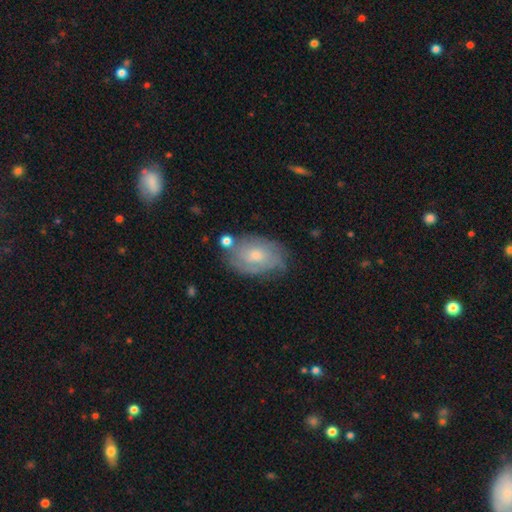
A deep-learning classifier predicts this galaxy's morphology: Q: Smooth or featured?
A: featured or disk (58%); runner-up: smooth (35%)
Q: Edge-on disk?
A: no (95%); runner-up: yes (5%)
Q: Bar?
A: no (77%); runner-up: weak (20%)
Q: Spiral arms?
A: yes (78%); runner-up: no (22%)
Q: Bulge size?
A: small (50%); runner-up: moderate (43%)
Q: Merging?
A: none (63%); runner-up: minor disturbance (24%)